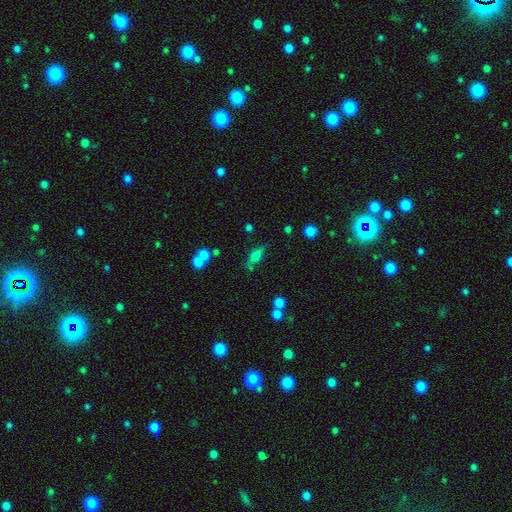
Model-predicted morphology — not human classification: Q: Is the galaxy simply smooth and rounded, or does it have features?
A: smooth — 65%.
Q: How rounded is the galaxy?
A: in between — 65%.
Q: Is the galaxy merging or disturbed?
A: none — 67%.